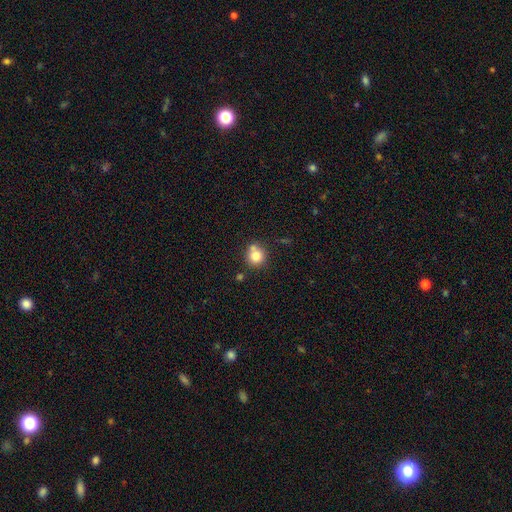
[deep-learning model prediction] Q: Smooth or featured?
A: smooth (80%); runner-up: star or artifact (11%)
Q: How rounded?
A: round (89%); runner-up: in between (10%)
Q: Merging?
A: none (64%); runner-up: merger (20%)